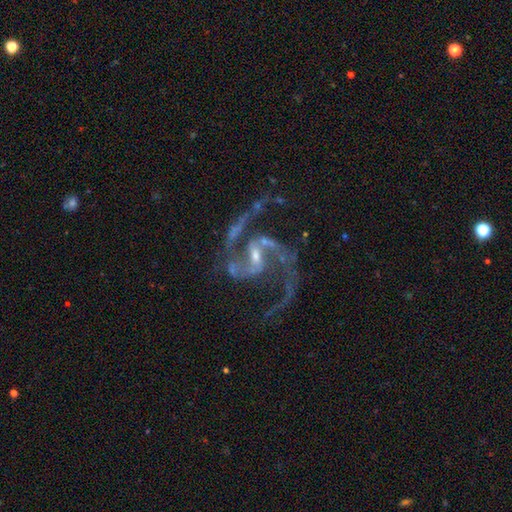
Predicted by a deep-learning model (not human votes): Smooth or featured?
  - featured or disk: 92% *
  - star or artifact: 5%
  - smooth: 3%
Edge-on disk?
  - no: 98% *
  - yes: 2%
Bar?
  - weak: 50% *
  - strong: 28%
  - no: 23%
Spiral arms?
  - yes: 98% *
  - no: 2%
Spiral winding?
  - loose: 48% *
  - medium: 44%
  - tight: 8%
Spiral arm count?
  - 2: 84% *
  - 3: 7%
  - can't tell: 3%
  - 1: 3%
  - 4: 2%
  - more than 4: 2%
Bulge size?
  - small: 57% *
  - moderate: 33%
  - none: 7%
  - large: 2%
  - dominant: 1%
Merging?
  - none: 51% *
  - major disturbance: 23%
  - minor disturbance: 17%
  - merger: 9%